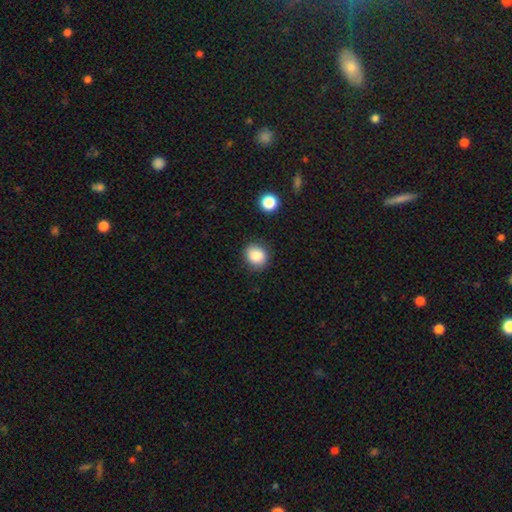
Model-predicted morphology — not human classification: smooth-or-featured: smooth: 86% | star or artifact: 10% | featured or disk: 5%
  how-rounded: round: 71% | in between: 28% | cigar-shaped: 1%
  merging: none: 84% | minor disturbance: 11% | major disturbance: 3% | merger: 2%